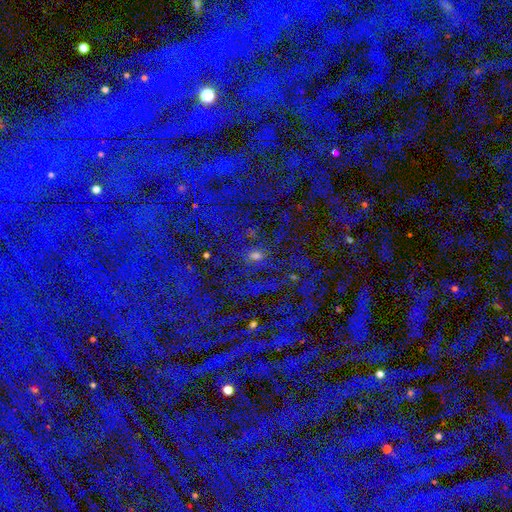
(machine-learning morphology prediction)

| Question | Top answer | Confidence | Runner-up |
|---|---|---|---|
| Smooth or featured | star or artifact | 57% | smooth (28%) |